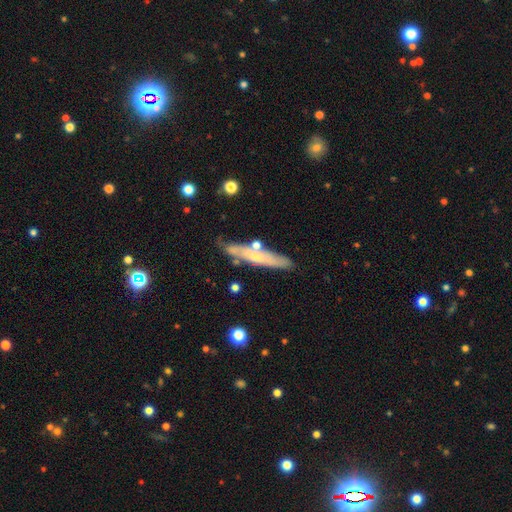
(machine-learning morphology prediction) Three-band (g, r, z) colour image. It shows a featured or disk galaxy (50%) viewed edge-on (71%). Merging: none (72%).